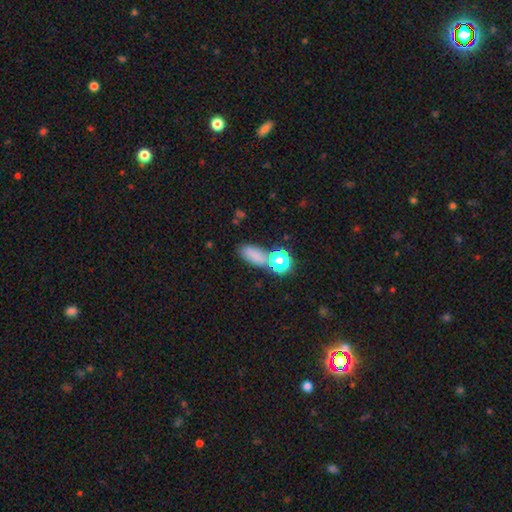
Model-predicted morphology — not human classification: smooth-or-featured: smooth: 75% | star or artifact: 18% | featured or disk: 7%
  how-rounded: in between: 76% | round: 15% | cigar-shaped: 9%
  merging: none: 60% | merger: 21% | minor disturbance: 13% | major disturbance: 6%